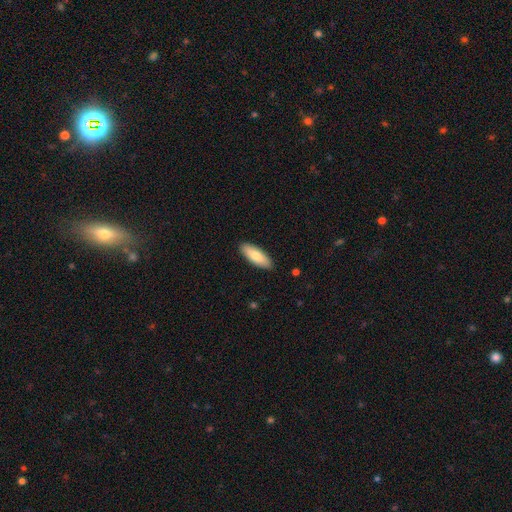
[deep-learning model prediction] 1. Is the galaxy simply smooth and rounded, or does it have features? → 78% smooth, 17% featured or disk, 6% star or artifact.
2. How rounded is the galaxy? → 67% in between, 31% cigar-shaped, 2% round.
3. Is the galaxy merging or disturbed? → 90% none, 8% minor disturbance, 2% major disturbance, 1% merger.